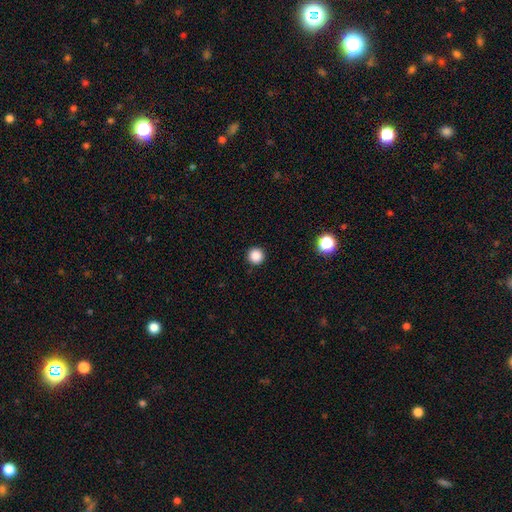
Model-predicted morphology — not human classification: Q: Smooth or featured?
A: smooth (86%); runner-up: star or artifact (11%)
Q: How rounded?
A: round (97%); runner-up: in between (2%)
Q: Merging?
A: none (93%); runner-up: minor disturbance (4%)